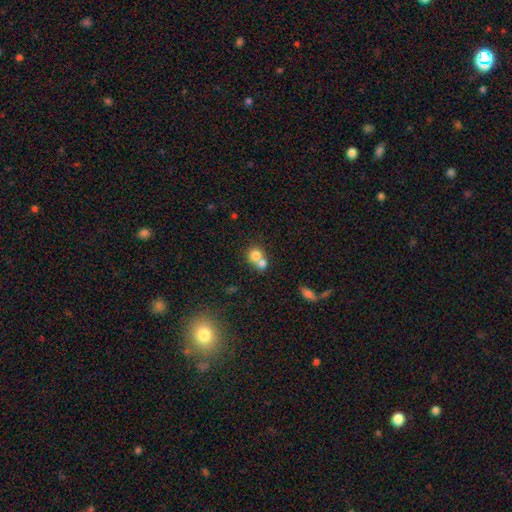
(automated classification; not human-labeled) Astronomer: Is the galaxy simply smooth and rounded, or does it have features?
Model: smooth — 76%.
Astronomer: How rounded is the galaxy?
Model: round — 77%.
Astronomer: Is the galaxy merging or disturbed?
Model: merger — 61%.